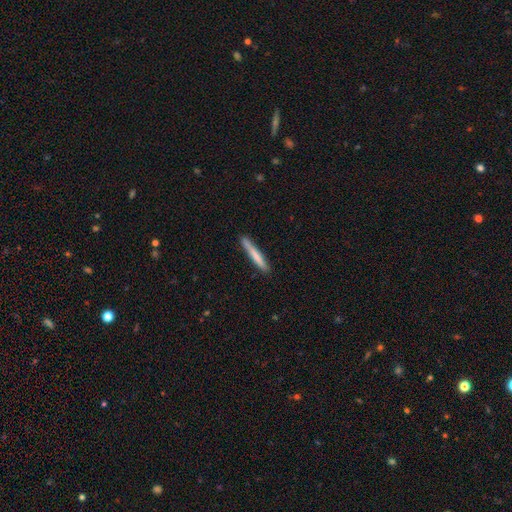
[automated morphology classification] Smooth or featured?
  - smooth: 71% *
  - featured or disk: 24%
  - star or artifact: 5%
How rounded?
  - cigar-shaped: 96% *
  - in between: 3%
  - round: 1%
Merging?
  - none: 85% *
  - minor disturbance: 11%
  - major disturbance: 2%
  - merger: 2%